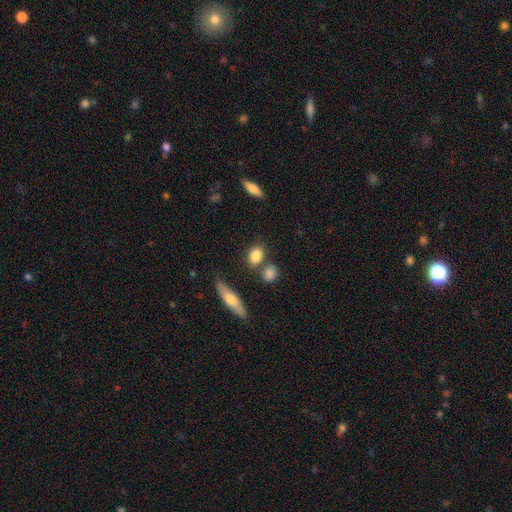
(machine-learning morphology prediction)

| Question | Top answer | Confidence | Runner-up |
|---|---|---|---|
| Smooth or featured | smooth | 83% | featured or disk (9%) |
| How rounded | in between | 66% | round (29%) |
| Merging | none | 68% | merger (15%) |